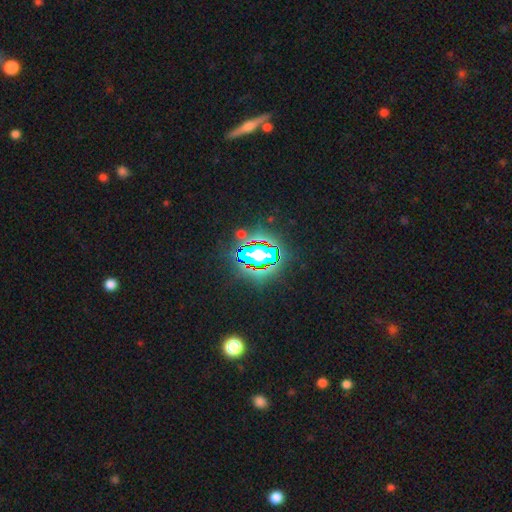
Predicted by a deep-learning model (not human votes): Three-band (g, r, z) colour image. It shows a star or artifact, not a galaxy (77%).